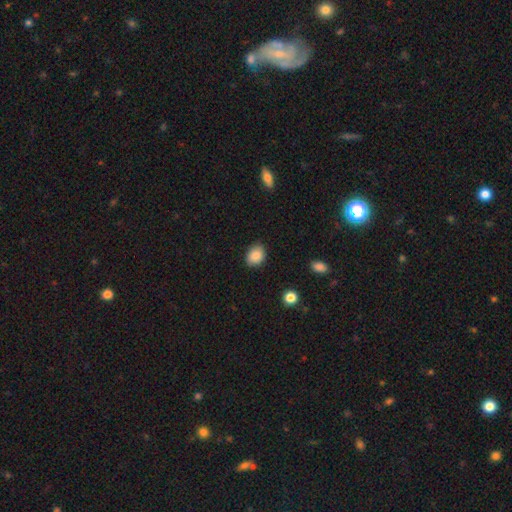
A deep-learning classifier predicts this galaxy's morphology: This appears to be a smooth galaxy with no disk features (86%) that is in between round and cigar-shaped (59%). Merging: none (82%).